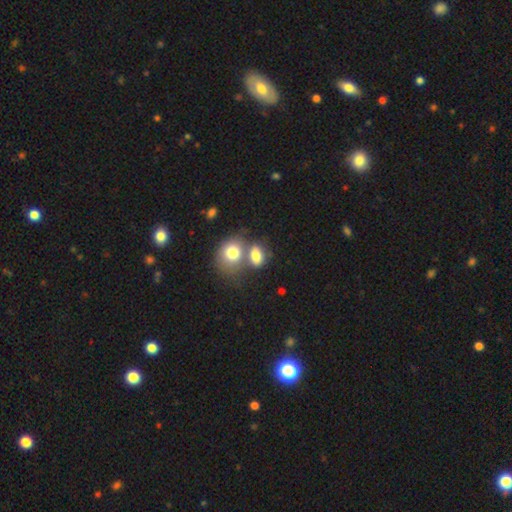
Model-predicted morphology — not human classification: Smooth or featured? smooth (78%)
How rounded? in between (74%)
Merging? merger (52%)